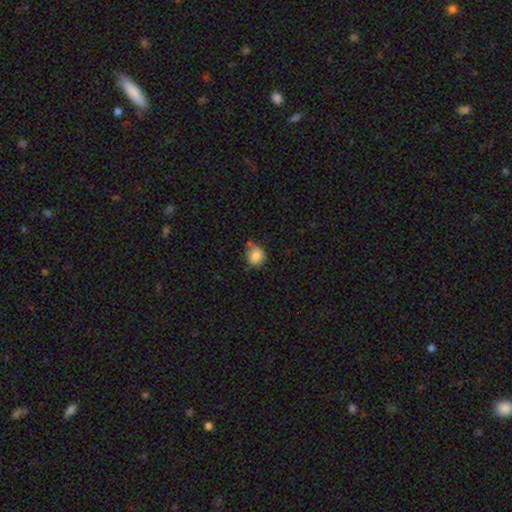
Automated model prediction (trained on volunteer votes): Smooth or featured?
  - smooth: 85% *
  - star or artifact: 9%
  - featured or disk: 6%
How rounded?
  - round: 75% *
  - in between: 24%
  - cigar-shaped: 1%
Merging?
  - none: 56% *
  - minor disturbance: 31%
  - merger: 7%
  - major disturbance: 6%